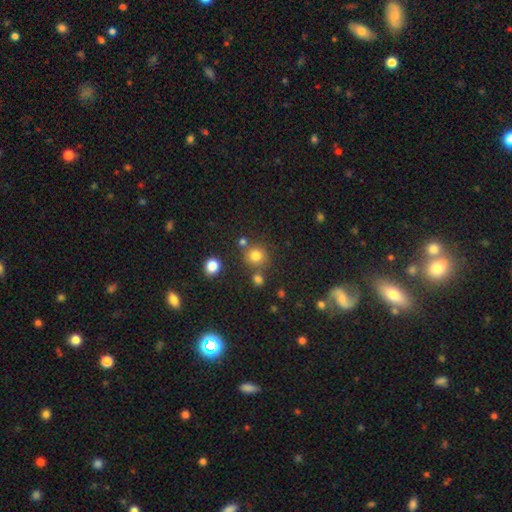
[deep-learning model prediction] Smooth or featured?
  - smooth: 77% *
  - star or artifact: 16%
  - featured or disk: 7%
How rounded?
  - round: 89% *
  - in between: 10%
  - cigar-shaped: 1%
Merging?
  - none: 73% *
  - merger: 14%
  - minor disturbance: 10%
  - major disturbance: 4%